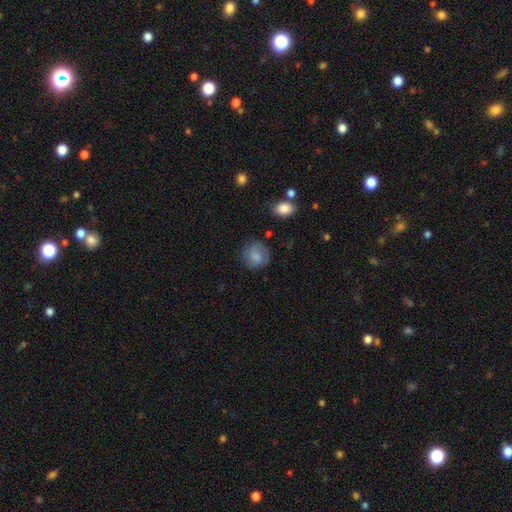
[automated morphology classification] This is likely a smooth galaxy (67%). How rounded: clearly round (81%). Merging: likely none (70%).